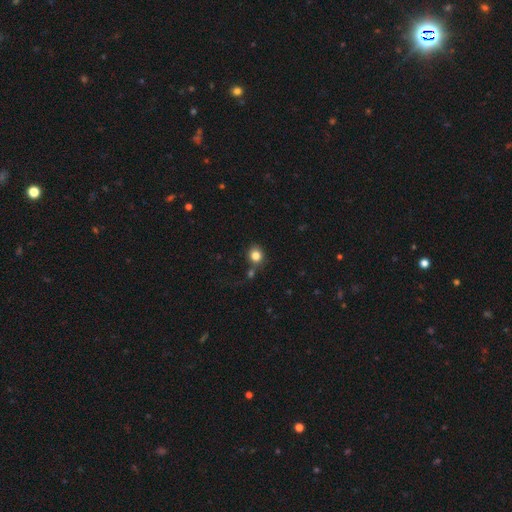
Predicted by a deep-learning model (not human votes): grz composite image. It shows a smooth galaxy with no disk features (83%) that is round (78%). Merging: none (71%).